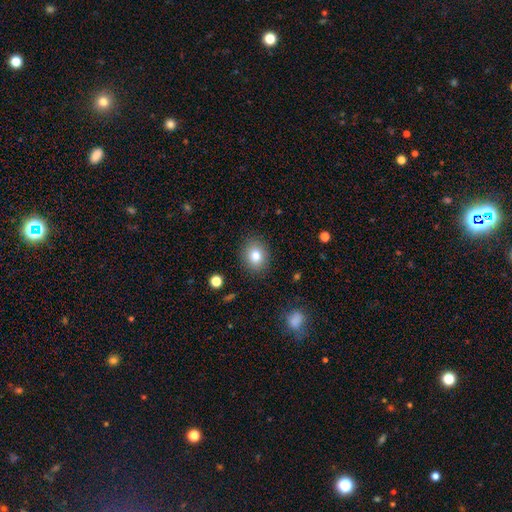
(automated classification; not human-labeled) This is clearly a smooth galaxy (81%). How rounded: possibly round (58%). Merging: clearly none (87%).